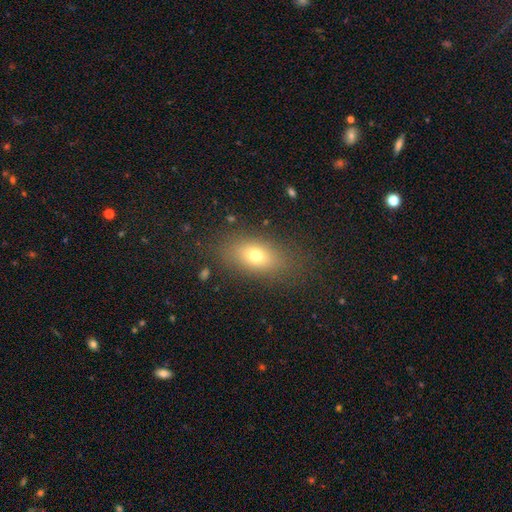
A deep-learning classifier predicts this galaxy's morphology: Smooth or featured?
  - smooth: 71% *
  - featured or disk: 16%
  - star or artifact: 13%
How rounded?
  - in between: 81% *
  - round: 12%
  - cigar-shaped: 7%
Merging?
  - none: 82% *
  - minor disturbance: 11%
  - major disturbance: 6%
  - merger: 2%